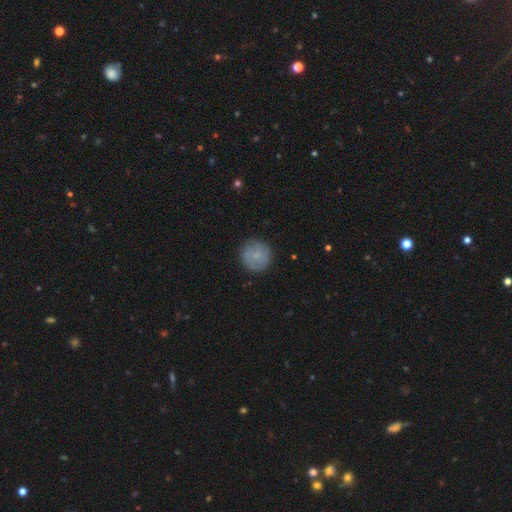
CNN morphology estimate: Smooth or featured?
  - smooth: 70% *
  - featured or disk: 23%
  - star or artifact: 7%
How rounded?
  - round: 94% *
  - in between: 5%
  - cigar-shaped: 1%
Merging?
  - none: 84% *
  - minor disturbance: 12%
  - major disturbance: 3%
  - merger: 1%